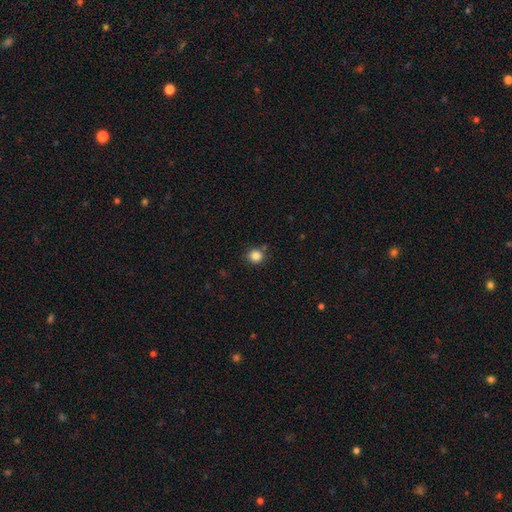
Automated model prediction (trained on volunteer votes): Smooth or featured? Predicted: smooth (p=0.85). How rounded? Predicted: round (p=0.89). Merging? Predicted: none (p=0.79).